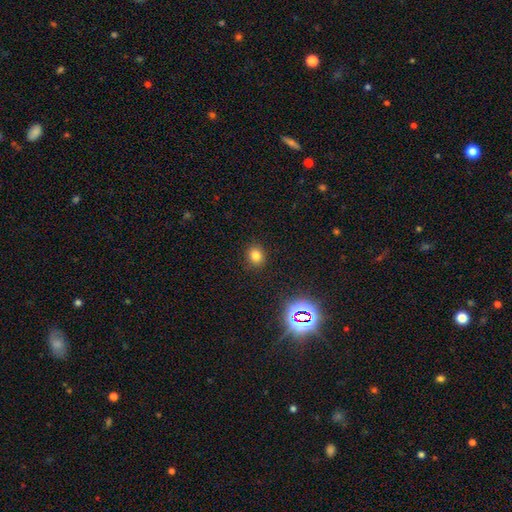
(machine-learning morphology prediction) Smooth or featured? Predicted: smooth (p=0.78). How rounded? Predicted: round (p=0.65). Merging? Predicted: none (p=0.88).